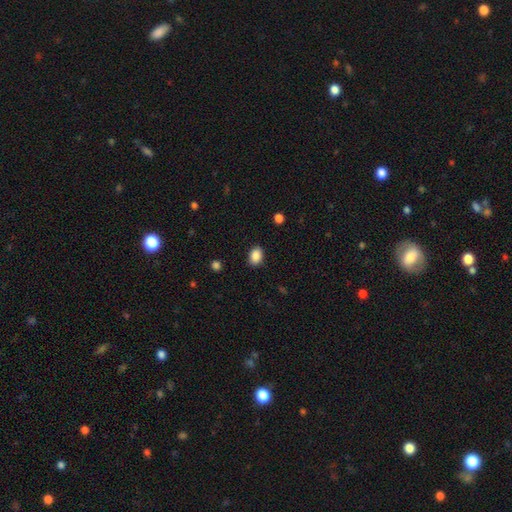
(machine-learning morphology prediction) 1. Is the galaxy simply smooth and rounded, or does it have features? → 89% smooth, 8% star or artifact, 3% featured or disk.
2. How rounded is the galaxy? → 76% in between, 23% round, 1% cigar-shaped.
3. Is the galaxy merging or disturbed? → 88% none, 9% minor disturbance, 2% major disturbance, 1% merger.